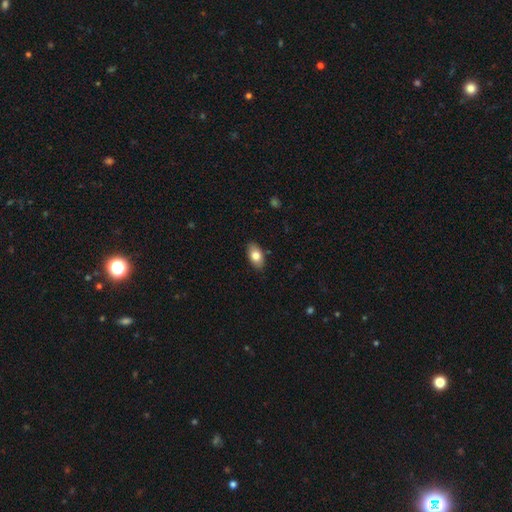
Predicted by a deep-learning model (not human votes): A smooth galaxy with no disk features (80%) that is in between round and cigar-shaped (92%).

Vote fractions:
- Smooth or featured? smooth: 80% / featured or disk: 13% / star or artifact: 7%
- How rounded? in between: 92% / round: 5% / cigar-shaped: 3%
- Merging? none: 86% / minor disturbance: 11% / major disturbance: 2% / merger: 1%